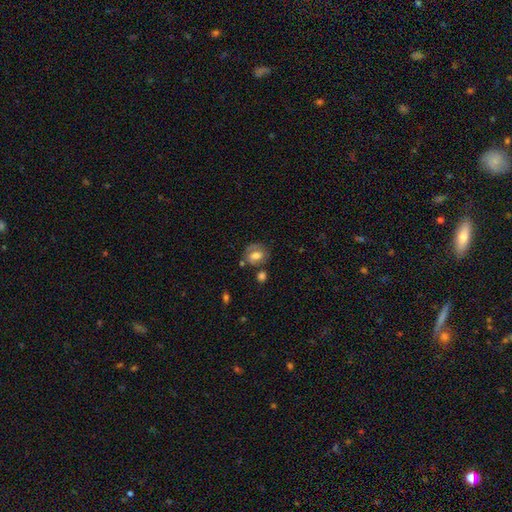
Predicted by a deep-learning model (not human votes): The model was most divided on "how rounded": in between: 55%, round: 44%, cigar-shaped: 1%. More confident: merging — none (56%); smooth or featured — smooth (52%).